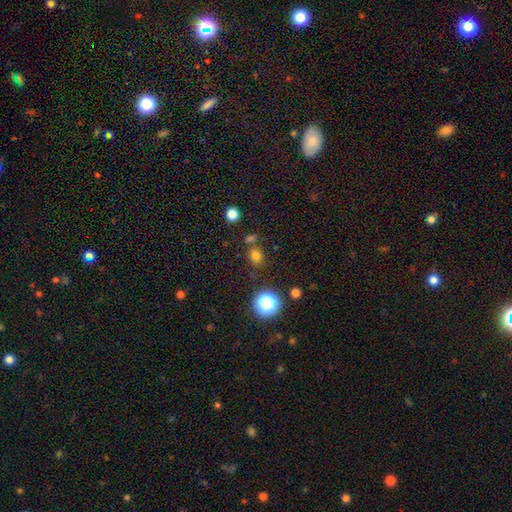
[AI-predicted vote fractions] Overall: smooth (75%). How rounded: round (74%). Merging: none (75%).